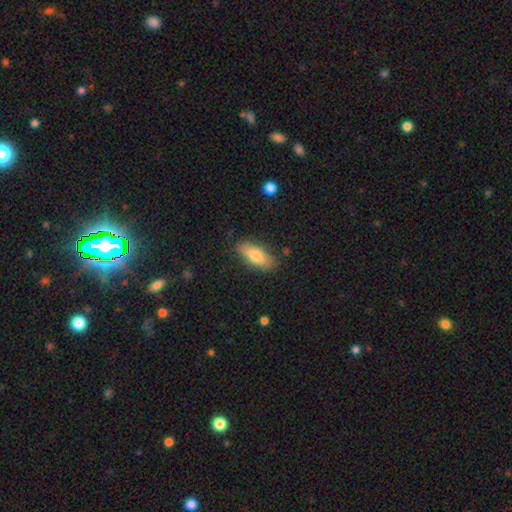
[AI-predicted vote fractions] This appears to be a smooth galaxy with no disk features (76%) that is in between round and cigar-shaped (74%). Merging: none (83%).